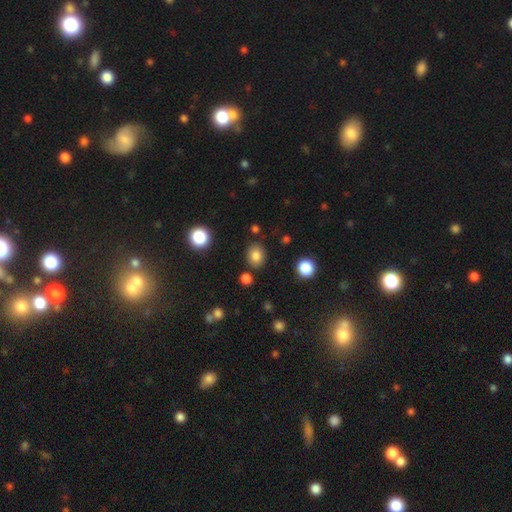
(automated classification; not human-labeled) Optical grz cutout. It shows a smooth galaxy with no disk features (83%) that is round (57%). Merging: none (83%).